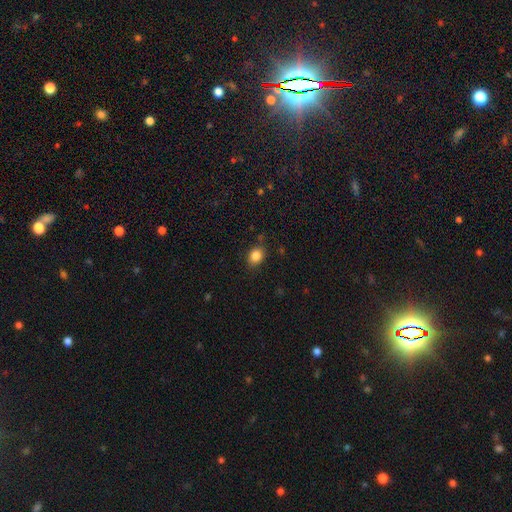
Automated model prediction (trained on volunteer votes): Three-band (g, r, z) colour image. It shows a smooth galaxy with no disk features (84%) that is in between round and cigar-shaped (57%). Merging: none (82%).